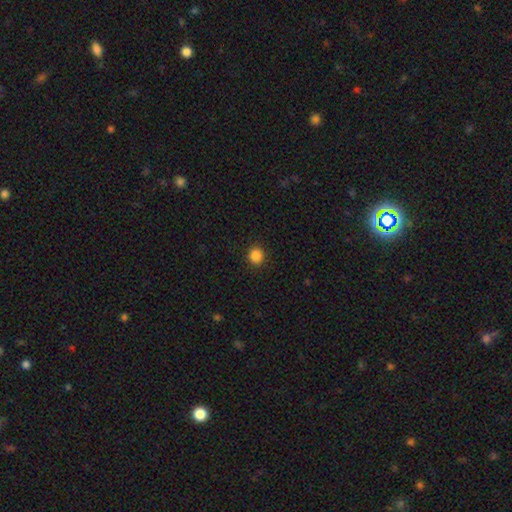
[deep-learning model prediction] The model was most divided on "smooth or featured": smooth: 86%, star or artifact: 11%, featured or disk: 3%. More confident: merging — none (92%); how rounded — round (91%).